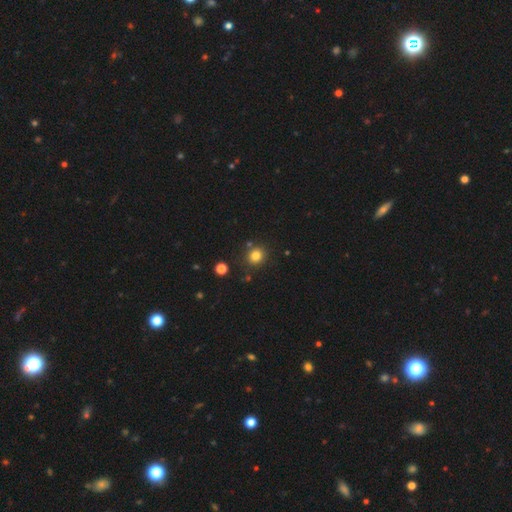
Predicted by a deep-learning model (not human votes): Q: Smooth or featured?
A: smooth (81%); runner-up: star or artifact (13%)
Q: How rounded?
A: round (84%); runner-up: in between (15%)
Q: Merging?
A: none (83%); runner-up: minor disturbance (8%)